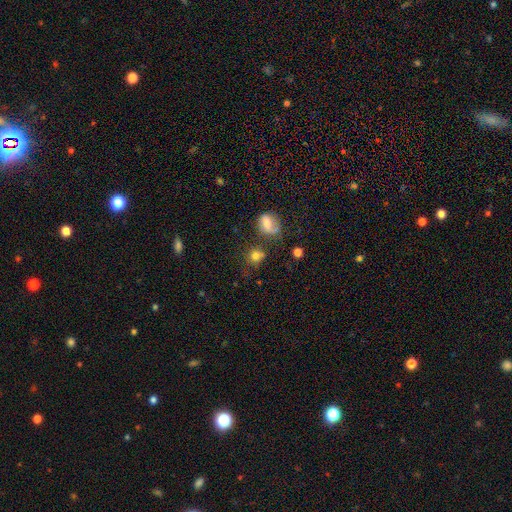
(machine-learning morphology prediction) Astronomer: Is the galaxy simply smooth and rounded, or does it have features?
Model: smooth — 76%.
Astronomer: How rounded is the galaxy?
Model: round — 76%.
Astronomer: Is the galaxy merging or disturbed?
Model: none — 62%.